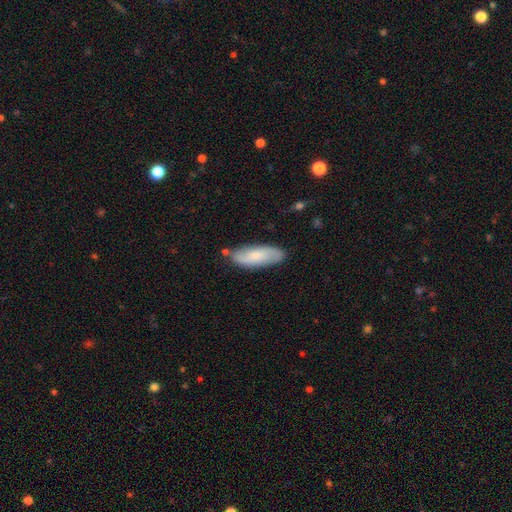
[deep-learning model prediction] A smooth galaxy with no disk features (67%) that is in between round and cigar-shaped (67%). Merging: none (79%).